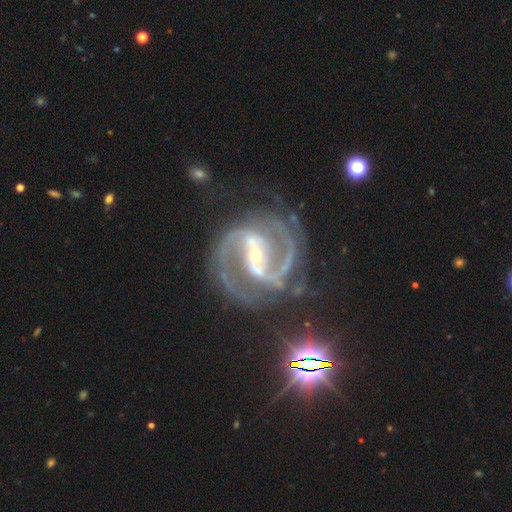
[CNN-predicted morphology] Q: Smooth or featured?
A: featured or disk (92%); runner-up: star or artifact (6%)
Q: Edge-on disk?
A: no (98%); runner-up: yes (2%)
Q: Bar?
A: strong (74%); runner-up: weak (19%)
Q: Spiral arms?
A: yes (99%); runner-up: no (1%)
Q: Spiral winding?
A: medium (59%); runner-up: tight (33%)
Q: Spiral arm count?
A: 2 (91%); runner-up: 3 (3%)
Q: Bulge size?
A: small (67%); runner-up: moderate (30%)
Q: Merging?
A: none (76%); runner-up: minor disturbance (14%)